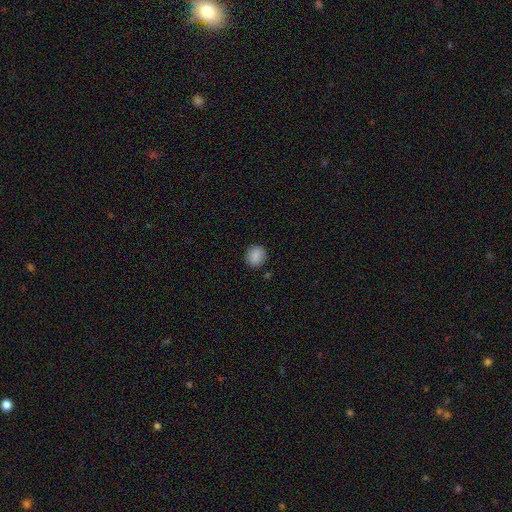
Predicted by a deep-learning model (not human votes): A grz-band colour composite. It shows a smooth galaxy with no disk features (87%) that is round (81%). Merging: none (89%).